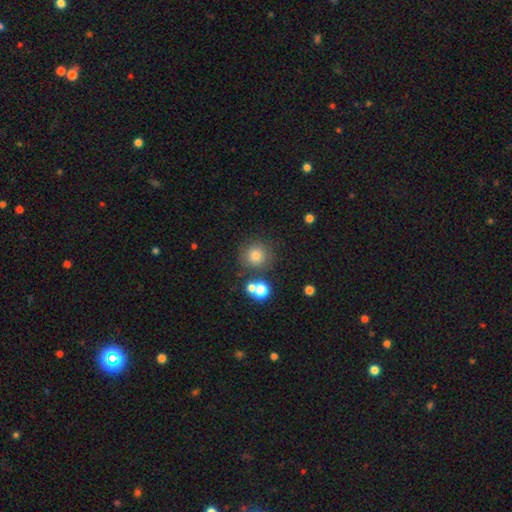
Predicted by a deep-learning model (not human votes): This appears to be a smooth galaxy with no disk features (77%) that is round (93%). Merging: none (77%).